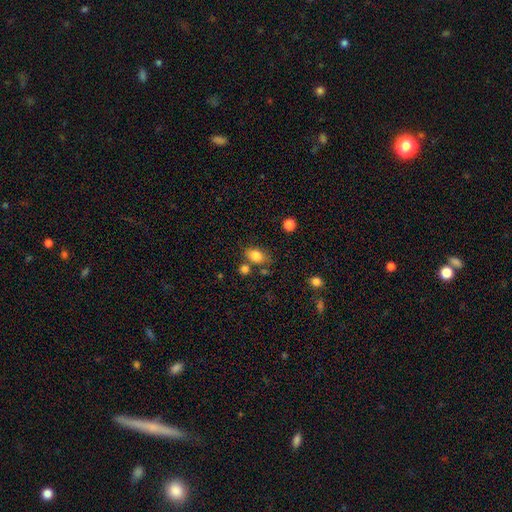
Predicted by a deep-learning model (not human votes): This appears to be a smooth galaxy with no disk features (82%) that is in between round and cigar-shaped (77%). Merging: none (67%).